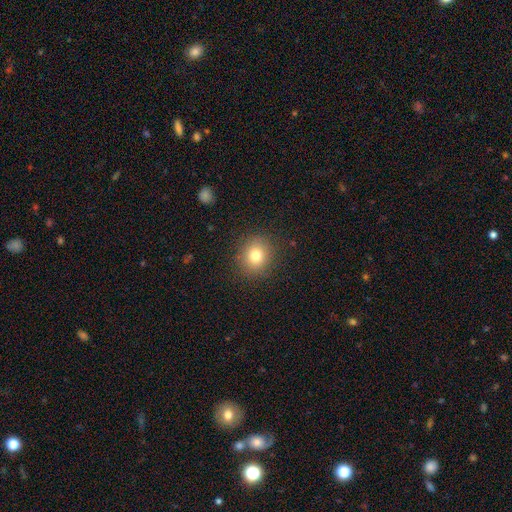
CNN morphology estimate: This appears to be a smooth galaxy with no disk features (78%) that is round (83%). Merging: none (89%).